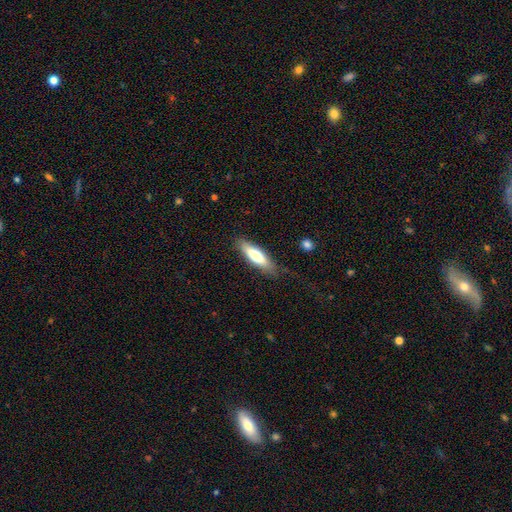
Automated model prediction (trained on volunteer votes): This appears to be a smooth galaxy with no disk features (70%) that is cigar-shaped (55%). Merging: none (79%).